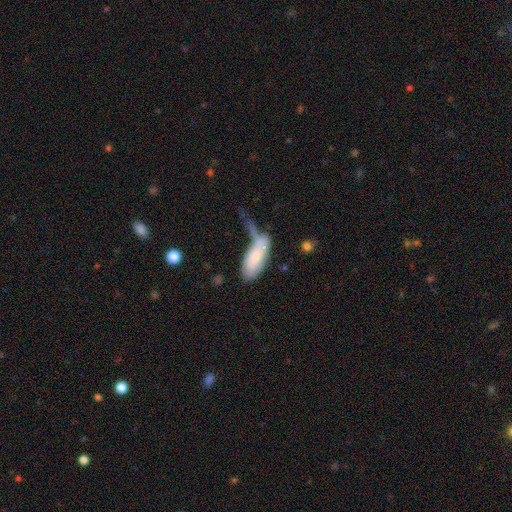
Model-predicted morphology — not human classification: Smooth or featured? Predicted: smooth (p=0.76). How rounded? Predicted: in between (p=0.84). Merging? Predicted: merger (p=0.26, tied with major disturbance).